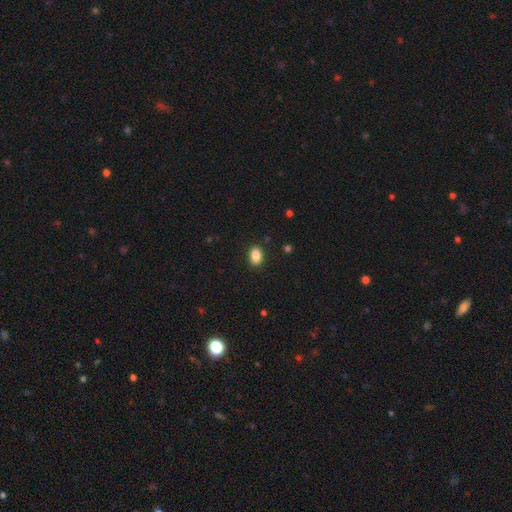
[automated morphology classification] Smooth or featured?
  - smooth: 87% *
  - star or artifact: 9%
  - featured or disk: 4%
How rounded?
  - in between: 84% *
  - round: 15%
  - cigar-shaped: 1%
Merging?
  - none: 88% *
  - minor disturbance: 8%
  - major disturbance: 2%
  - merger: 1%